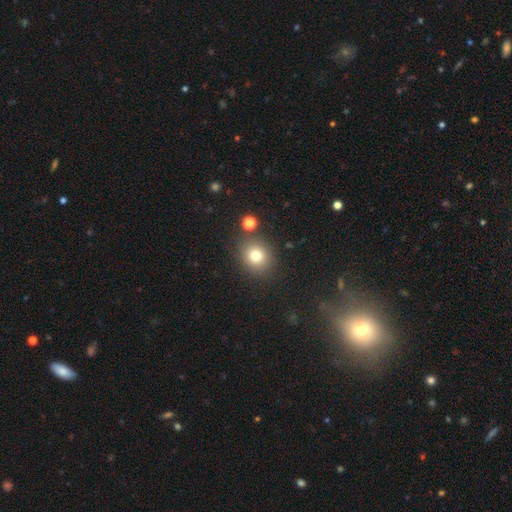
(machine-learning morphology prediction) Q: Smooth or featured?
A: smooth (77%); runner-up: star or artifact (14%)
Q: How rounded?
A: round (81%); runner-up: in between (19%)
Q: Merging?
A: none (82%); runner-up: minor disturbance (9%)